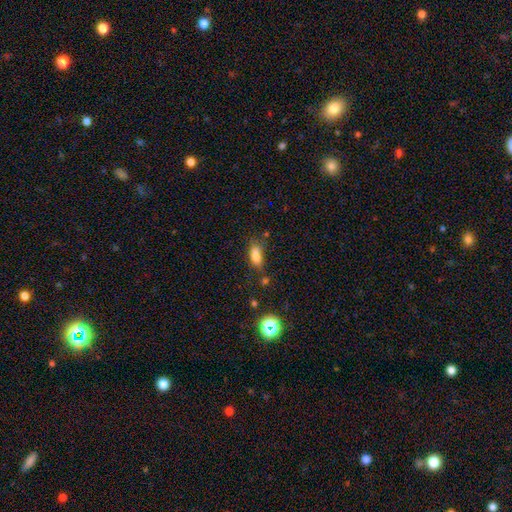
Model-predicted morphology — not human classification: Smooth or featured: smooth — 75% (star or artifact — 14%)
How rounded: in between — 76% (cigar-shaped — 17%)
Merging: none — 45% (minor disturbance — 25%)